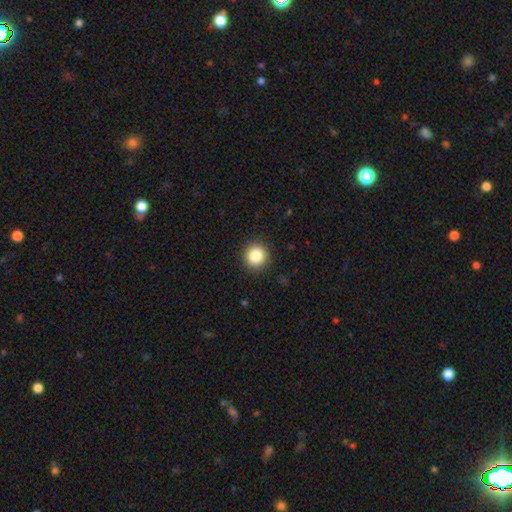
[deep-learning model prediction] Smooth or featured? smooth (85%)
How rounded? round (94%)
Merging? none (91%)